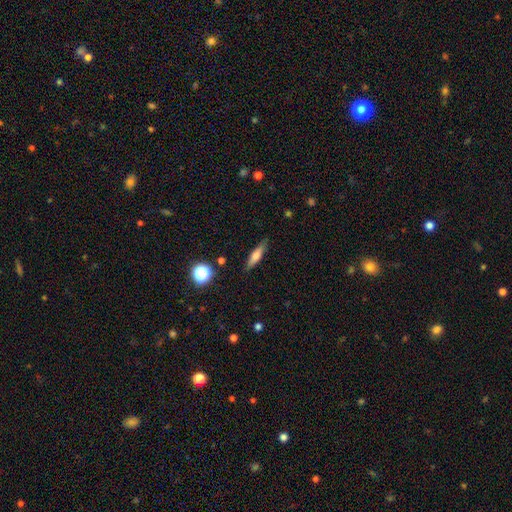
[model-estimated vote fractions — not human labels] The model was most divided on "smooth or featured": smooth: 62%, featured or disk: 29%, star or artifact: 9%. More confident: merging — none (84%); how rounded — cigar-shaped (72%).